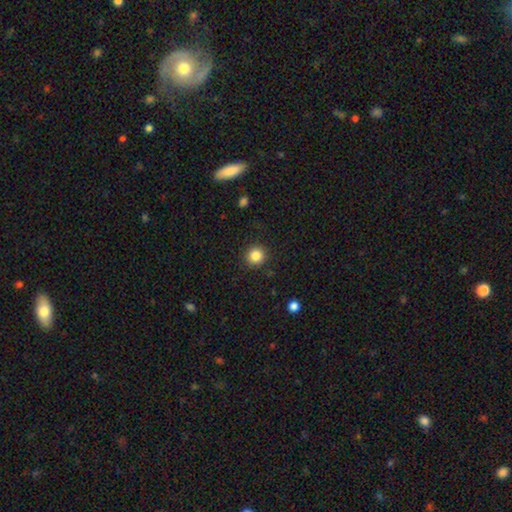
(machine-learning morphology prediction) smooth 85%, star or artifact 11%, featured or disk 5%. Down the decision tree: how rounded — round (94%); merging — none (91%).